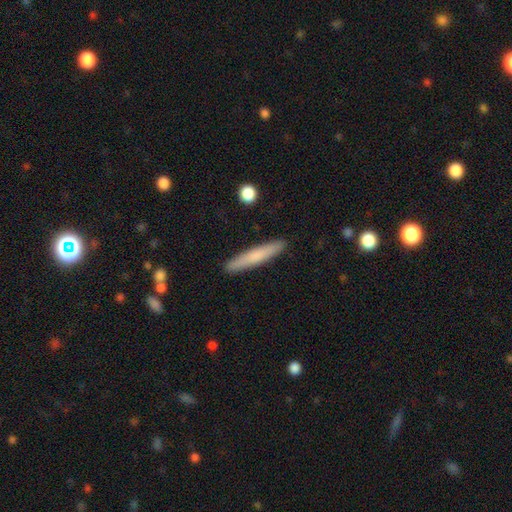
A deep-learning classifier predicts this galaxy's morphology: A smooth galaxy with no disk features (69%) that is cigar-shaped (93%). Merging: none (91%).